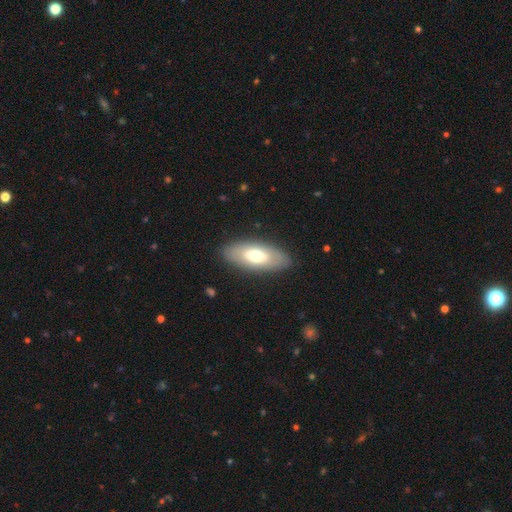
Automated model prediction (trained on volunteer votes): smooth_or_featured: smooth (p=0.61) [alt: featured or disk p=0.33]
how_rounded: in between (p=0.83) [alt: cigar-shaped p=0.14]
merging: none (p=0.86) [alt: minor disturbance p=0.10]